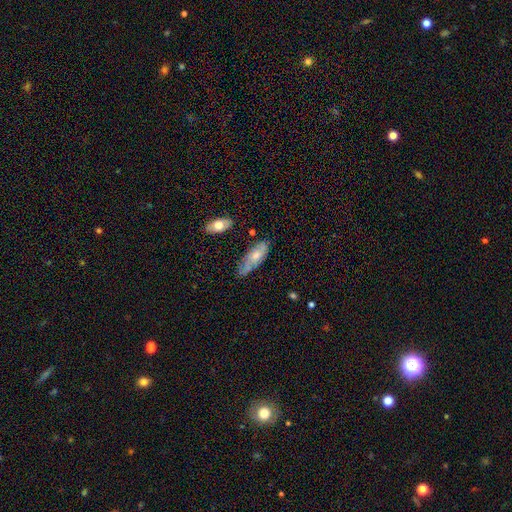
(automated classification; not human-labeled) A smooth galaxy with no disk features (53%) that is in between round and cigar-shaped (74%). Merging: none (56%).